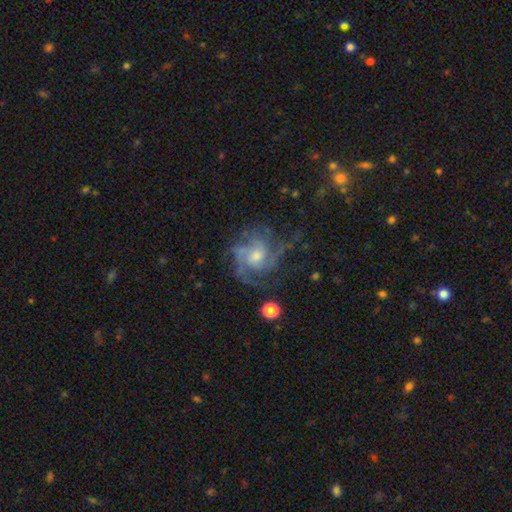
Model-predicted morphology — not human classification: The model was most divided on "spiral winding": medium: 44%, tight: 43%, loose: 13%. Remaining: edge-on disk — no (98%); spiral arms — yes (95%); smooth or featured — featured or disk (83%); bar — no (65%); merging — none (62%); bulge size — moderate (53%); spiral arm count — 3 (29%).